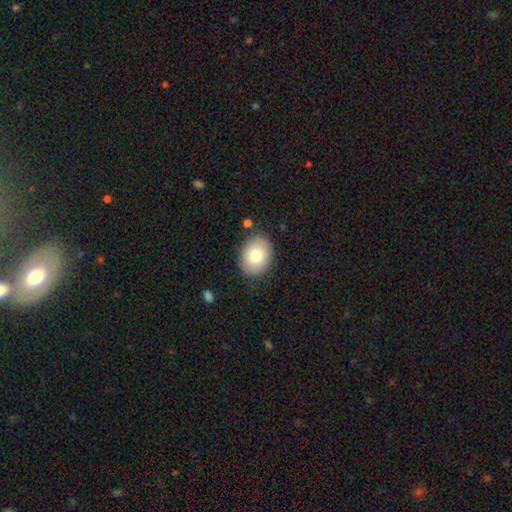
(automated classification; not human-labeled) Smooth or featured? Predicted: smooth (p=0.78). How rounded? Predicted: in between (p=0.57). Merging? Predicted: none (p=0.85).